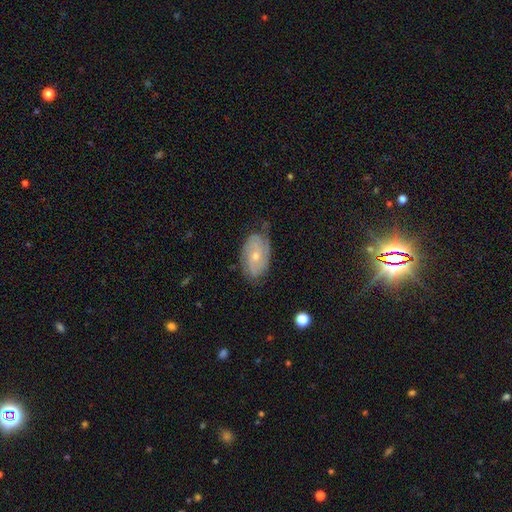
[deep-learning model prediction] A featured or disk galaxy (66%) with no bar (68%), 2 (46%) tight (55%) spiral arms (86%) and a small central bulge (56%). Merging: none (69%).